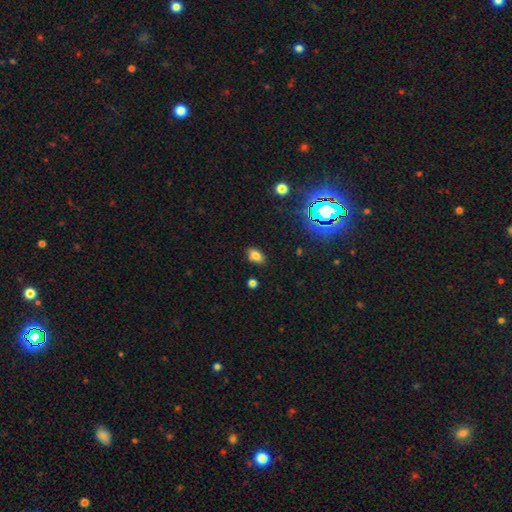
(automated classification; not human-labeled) Q: Smooth or featured?
A: smooth (77%); runner-up: star or artifact (14%)
Q: How rounded?
A: in between (89%); runner-up: round (8%)
Q: Merging?
A: none (83%); runner-up: minor disturbance (11%)